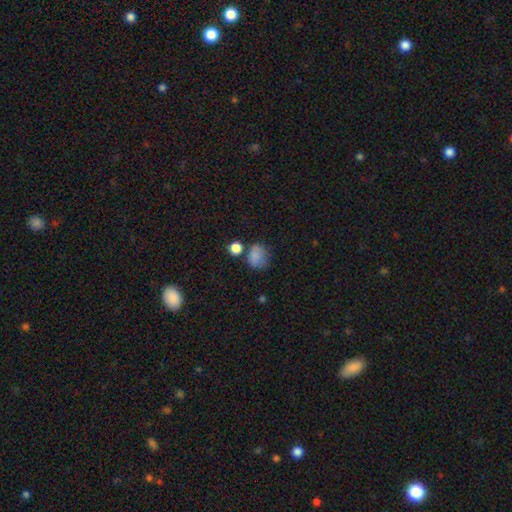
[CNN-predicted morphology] Smooth or featured? Predicted: smooth (p=0.80). How rounded? Predicted: round (p=0.66). Merging? Predicted: none (p=0.53).